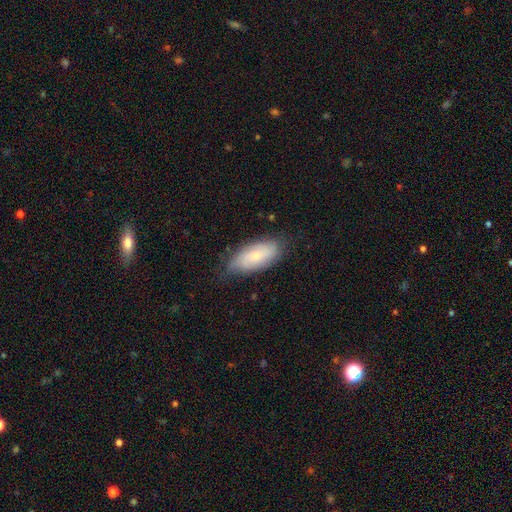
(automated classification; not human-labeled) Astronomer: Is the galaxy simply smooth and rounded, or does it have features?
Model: smooth — 53% (runner-up: featured or disk, 40%).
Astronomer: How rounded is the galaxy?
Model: in between — 87%.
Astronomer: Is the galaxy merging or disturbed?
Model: none — 71%.